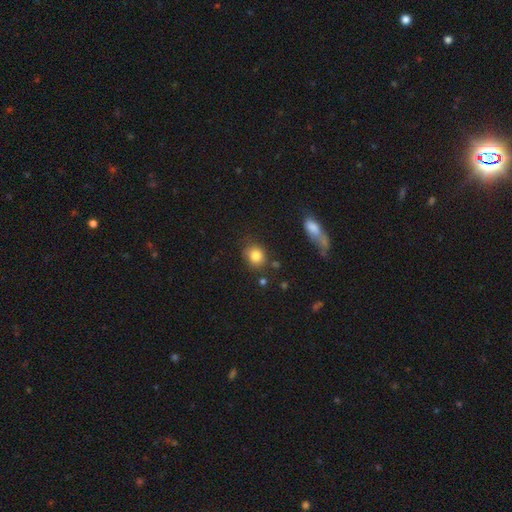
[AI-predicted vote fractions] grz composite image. It shows a smooth galaxy with no disk features (83%) that is round (76%). Merging: none (75%).